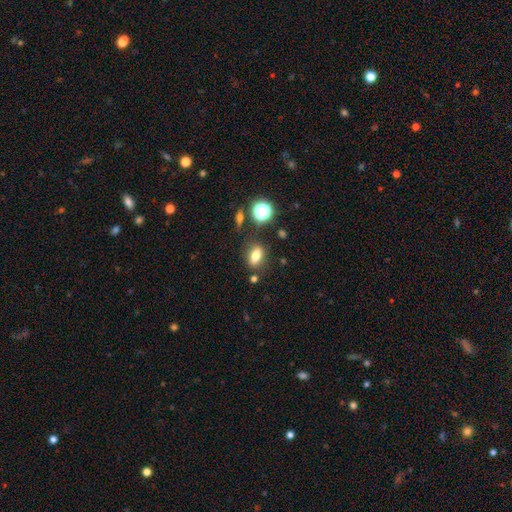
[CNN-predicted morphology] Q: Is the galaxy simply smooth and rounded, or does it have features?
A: smooth — 72%.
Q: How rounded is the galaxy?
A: in between — 75%.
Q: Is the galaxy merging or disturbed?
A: none — 79%.